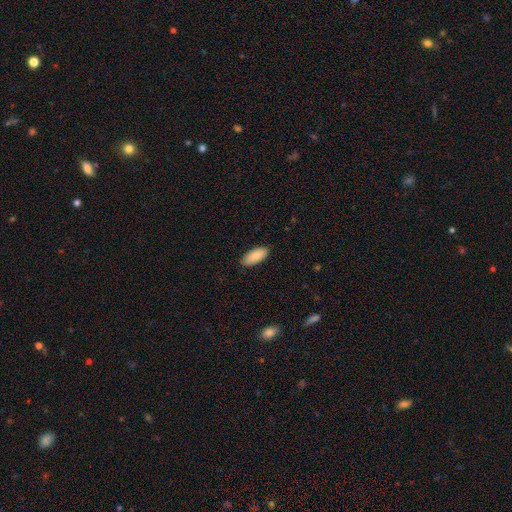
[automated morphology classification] A smooth galaxy with no disk features (90%) that is in between round and cigar-shaped (88%). Merging: none (88%).